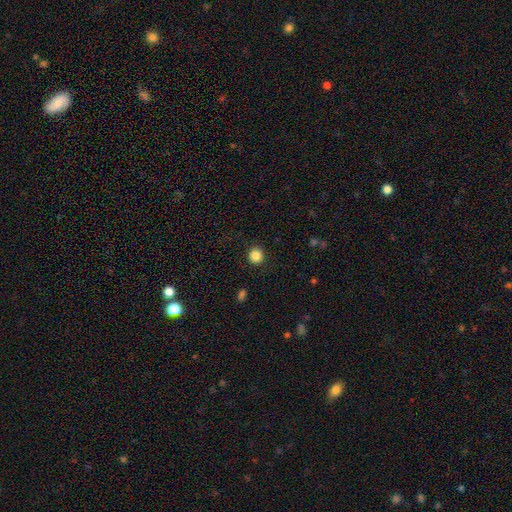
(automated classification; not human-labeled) A smooth galaxy with no disk features (86%) that is round (91%). Merging: none (92%).